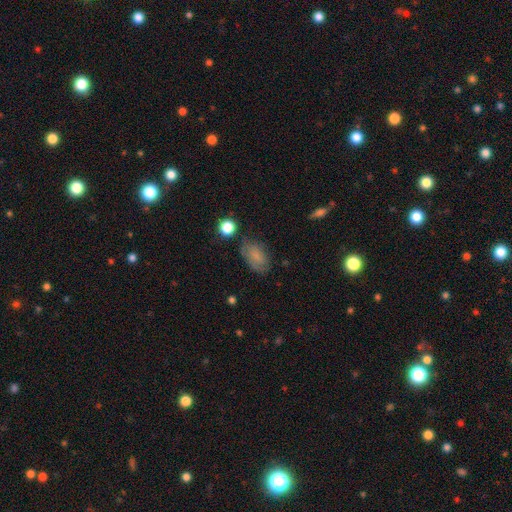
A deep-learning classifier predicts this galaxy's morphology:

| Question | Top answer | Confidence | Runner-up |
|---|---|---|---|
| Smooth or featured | smooth | 77% | featured or disk (14%) |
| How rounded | in between | 89% | round (9%) |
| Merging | none | 69% | minor disturbance (22%) |